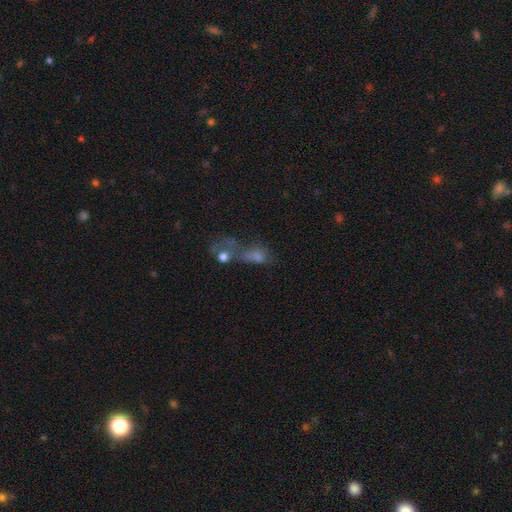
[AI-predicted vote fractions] Smooth or featured? smooth (45%)
Merging? merger (49%)